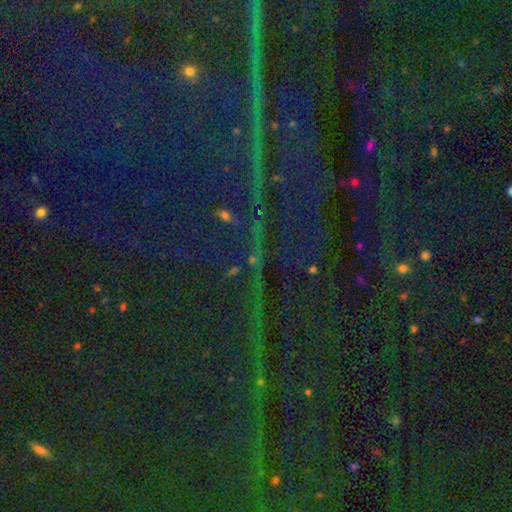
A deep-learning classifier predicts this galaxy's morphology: type=star or artifact (86%).